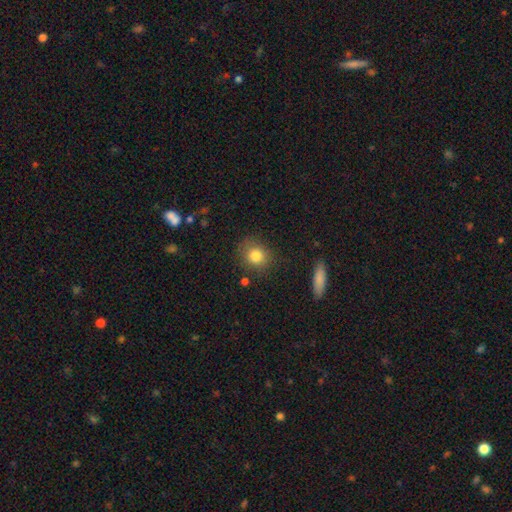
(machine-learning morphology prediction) This appears to be a smooth galaxy with no disk features (81%) that is round (77%). Merging: none (81%).